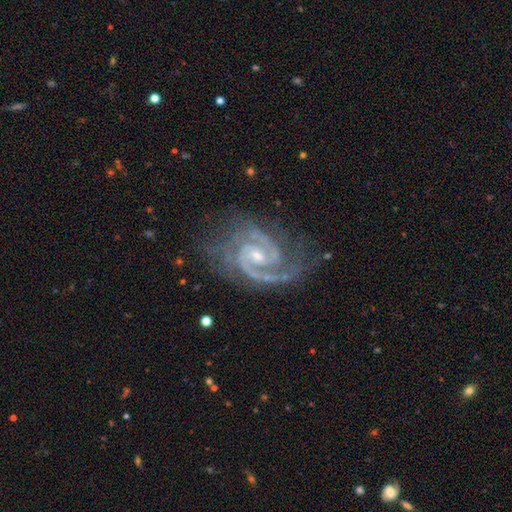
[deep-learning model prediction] Smooth or featured? featured or disk (93%)
Edge-on disk? no (98%)
Bar? weak (44%)
Spiral arms? yes (99%)
Spiral winding? tight (50%)
Spiral arm count? 2 (80%)
Bulge size? small (61%)
Merging? none (70%)